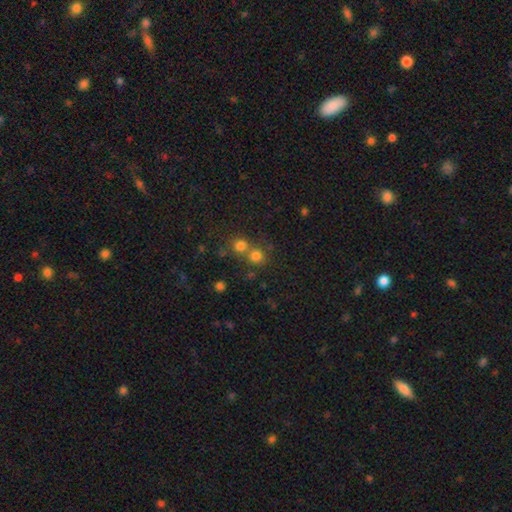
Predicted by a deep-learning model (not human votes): A smooth galaxy with no disk features (76%) that is round (87%). Merging: none (51%).